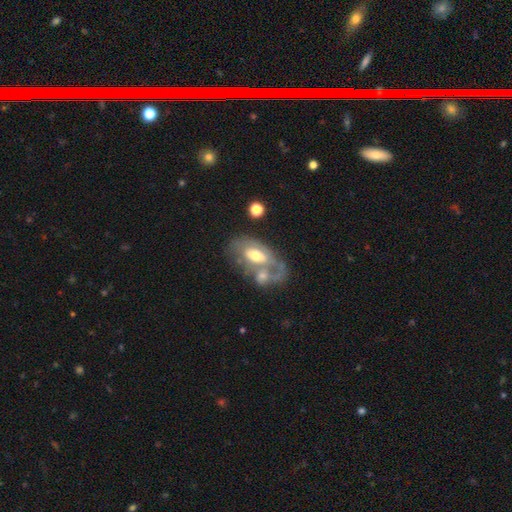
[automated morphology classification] smooth-or-featured: featured or disk: 63% | smooth: 30% | star or artifact: 7%
  disk-edge-on: no: 92% | yes: 8%
    bar: no: 58% | weak: 31% | strong: 11%
    has-spiral-arms: no: 51% | yes: 49%
    bulge-size: moderate: 67% | small: 18% | large: 11% | none: 2% | dominant: 1%
  merging: merger: 40% | none: 26% | major disturbance: 19% | minor disturbance: 15%